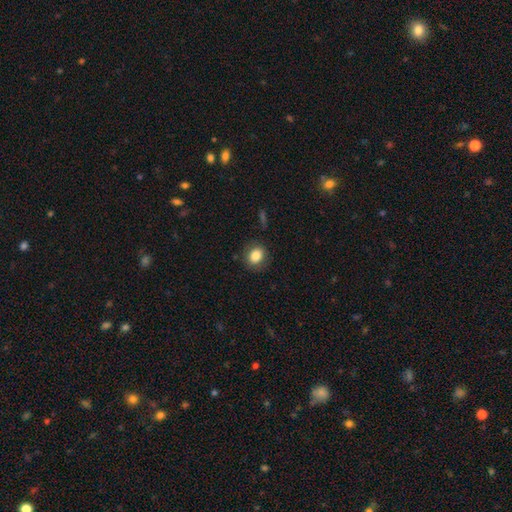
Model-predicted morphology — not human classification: smooth-or-featured: smooth: 83% | star or artifact: 9% | featured or disk: 8%
  how-rounded: round: 53% | in between: 46% | cigar-shaped: 1%
  merging: none: 84% | minor disturbance: 11% | major disturbance: 4% | merger: 1%